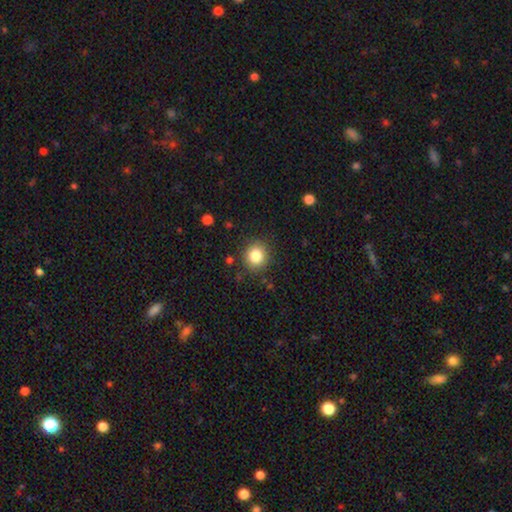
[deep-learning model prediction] Morphology: type=smooth (83%); roundness=round (86%); merging=none (88%).